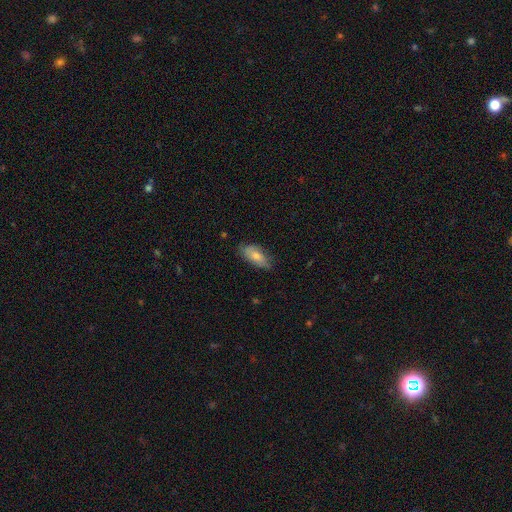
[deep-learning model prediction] The model was most divided on "merging": none: 70%, minor disturbance: 24%, major disturbance: 5%, merger: 1%. More confident: how rounded — in between (85%); smooth or featured — smooth (72%).